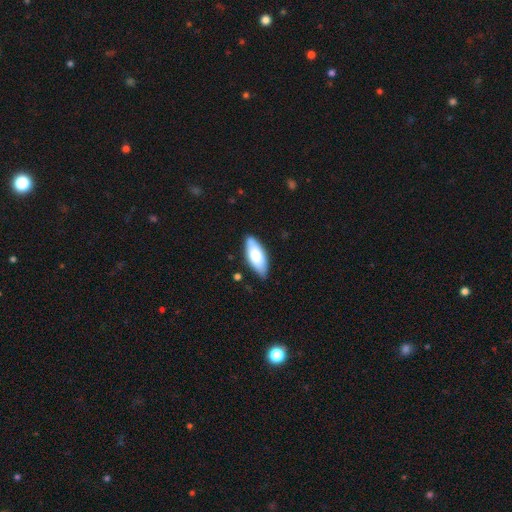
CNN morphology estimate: This is likely a smooth galaxy (72%). How rounded: clearly in between (81%). Merging: likely none (79%).